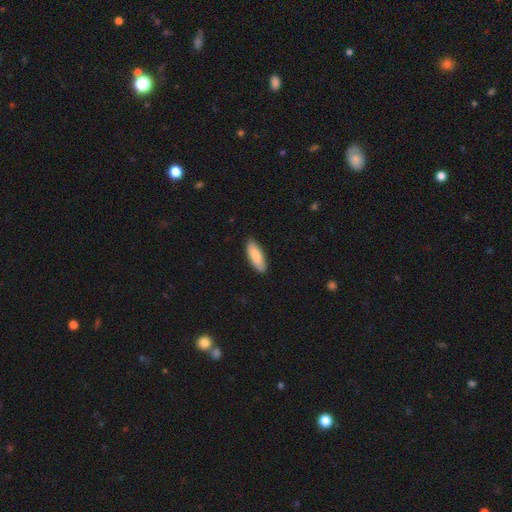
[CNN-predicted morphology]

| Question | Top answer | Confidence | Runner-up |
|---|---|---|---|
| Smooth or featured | smooth | 86% | featured or disk (9%) |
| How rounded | in between | 65% | cigar-shaped (33%) |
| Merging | none | 88% | minor disturbance (10%) |